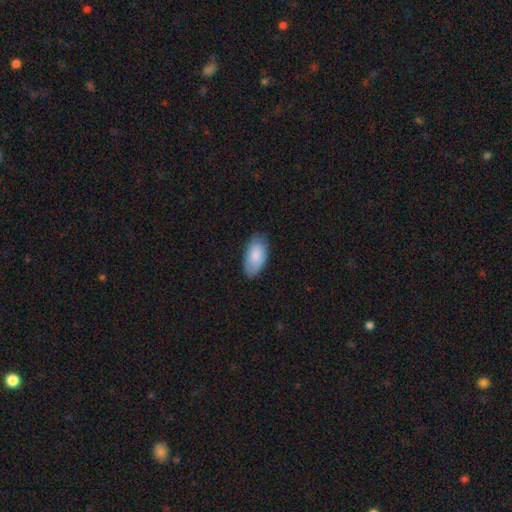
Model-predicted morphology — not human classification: The model was most divided on "merging": none: 79%, minor disturbance: 17%, major disturbance: 3%, merger: 1%. More confident: how rounded — in between (95%); smooth or featured — smooth (85%).